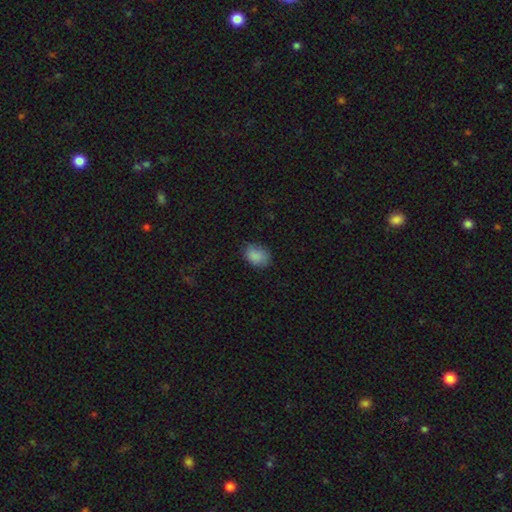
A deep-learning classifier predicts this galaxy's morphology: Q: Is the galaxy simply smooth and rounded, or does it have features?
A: smooth — 87%.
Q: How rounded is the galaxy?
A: in between — 69%.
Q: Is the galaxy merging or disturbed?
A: none — 73%.